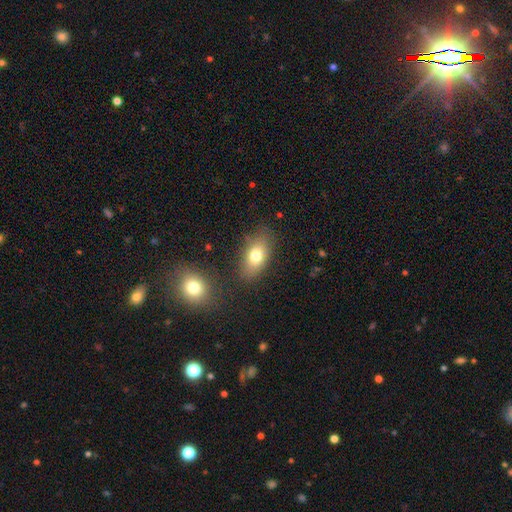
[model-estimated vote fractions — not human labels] smooth_or_featured: smooth (p=0.75) [alt: featured or disk p=0.16]
how_rounded: in between (p=0.85) [alt: round p=0.10]
merging: none (p=0.78) [alt: minor disturbance p=0.13]